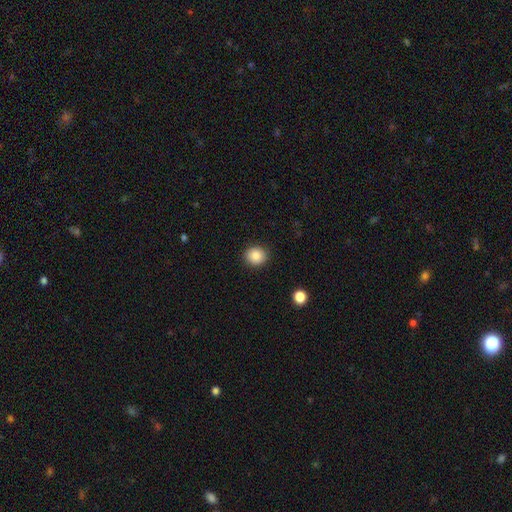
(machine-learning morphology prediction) The model was most divided on "how rounded": round: 79%, in between: 20%, cigar-shaped: 1%. More confident: merging — none (90%); smooth or featured — smooth (87%).